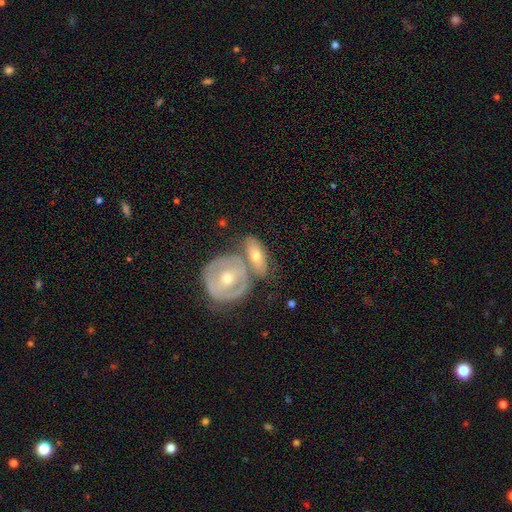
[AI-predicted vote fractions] Smooth or featured?
  - featured or disk: 48% *
  - smooth: 47%
  - star or artifact: 5%
Merging?
  - none: 46% *
  - merger: 34%
  - minor disturbance: 14%
  - major disturbance: 5%